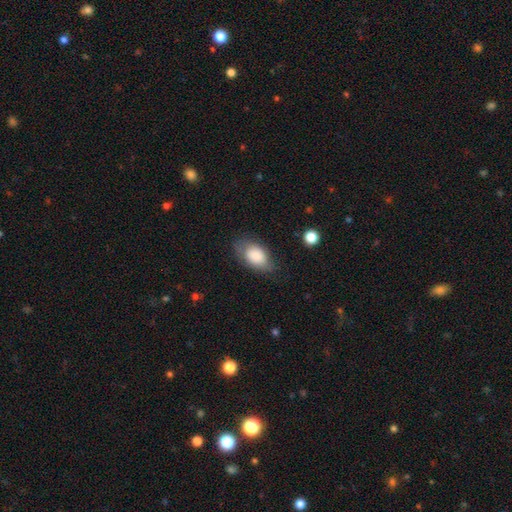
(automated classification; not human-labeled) The model was most divided on "merging": none: 68%, minor disturbance: 22%, major disturbance: 8%, merger: 2%. More confident: how rounded — in between (91%); smooth or featured — smooth (83%).